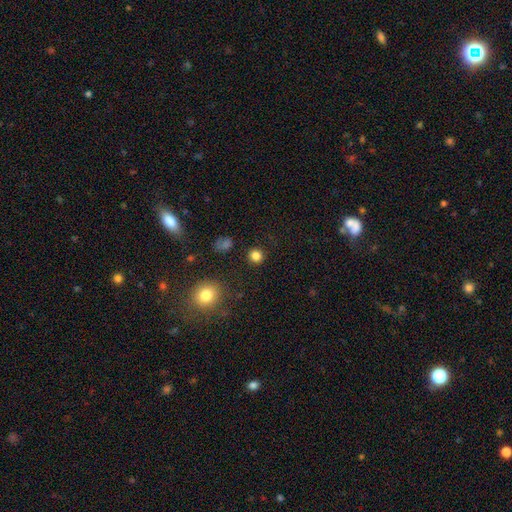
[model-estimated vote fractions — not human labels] smooth_or_featured: smooth (p=0.83) [alt: star or artifact p=0.13]
how_rounded: round (p=0.91) [alt: in between p=0.08]
merging: none (p=0.90) [alt: minor disturbance p=0.06]